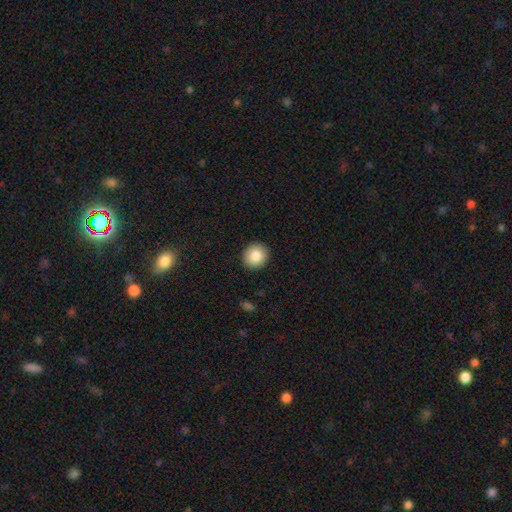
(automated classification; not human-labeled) Q: Smooth or featured?
A: smooth (85%); runner-up: star or artifact (8%)
Q: How rounded?
A: round (88%); runner-up: in between (11%)
Q: Merging?
A: none (92%); runner-up: minor disturbance (6%)